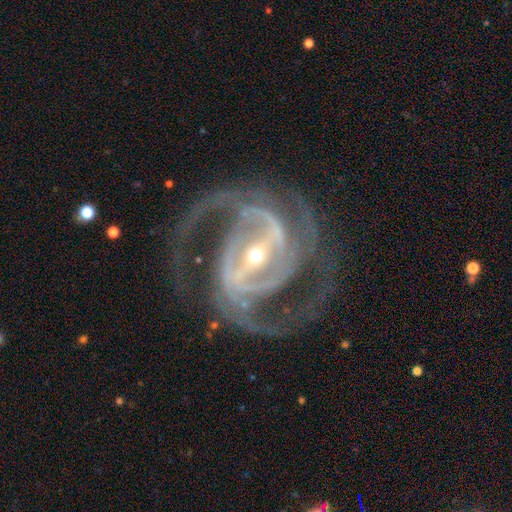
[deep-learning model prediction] This is clearly a featured or disk galaxy (93%). It is clearly not viewed edge-on (97%). Bar: likely strong (73%). Spiral arm pattern: clearly yes (98%). Spiral arm count: possibly 2 (60%). Spiral winding: possibly medium (56%). Central bulge: likely small (63%). Merging: likely none (71%).